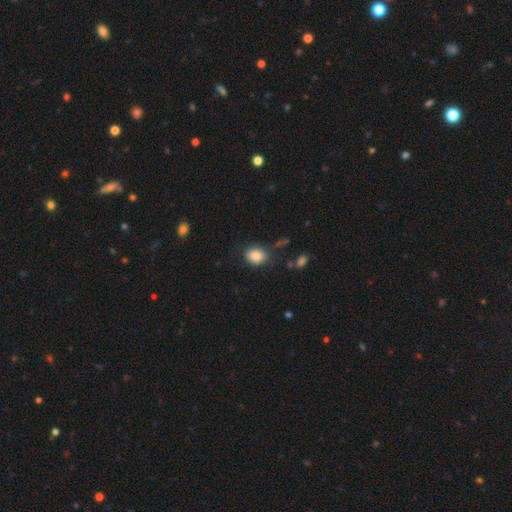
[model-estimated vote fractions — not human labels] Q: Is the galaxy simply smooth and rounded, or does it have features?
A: smooth — 86%.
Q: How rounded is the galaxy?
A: in between — 55%.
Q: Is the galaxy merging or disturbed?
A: none — 76%.